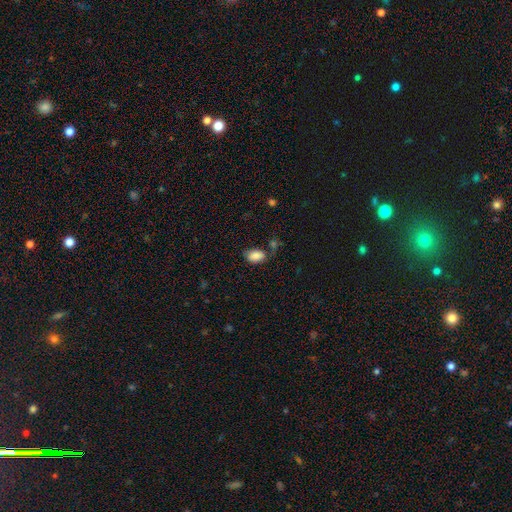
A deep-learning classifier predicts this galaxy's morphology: A smooth galaxy with no disk features (85%) that is in between round and cigar-shaped (90%).

Vote fractions:
- Smooth or featured? smooth: 85% / star or artifact: 8% / featured or disk: 7%
- How rounded? in between: 90% / round: 8% / cigar-shaped: 1%
- Merging? none: 56% / minor disturbance: 25% / merger: 10% / major disturbance: 9%